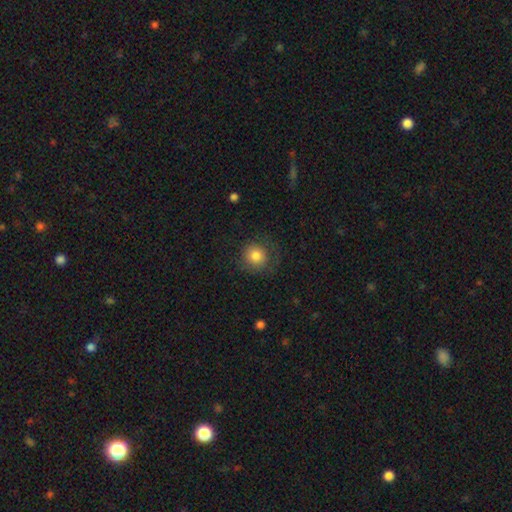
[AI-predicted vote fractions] Morphology: type=smooth (80%); roundness=round (89%); merging=none (72%).